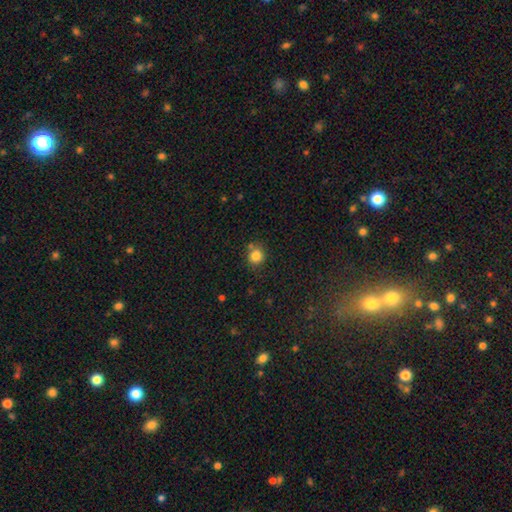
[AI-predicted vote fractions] Morphology: type=smooth (83%); roundness=round (89%); merging=none (75%).